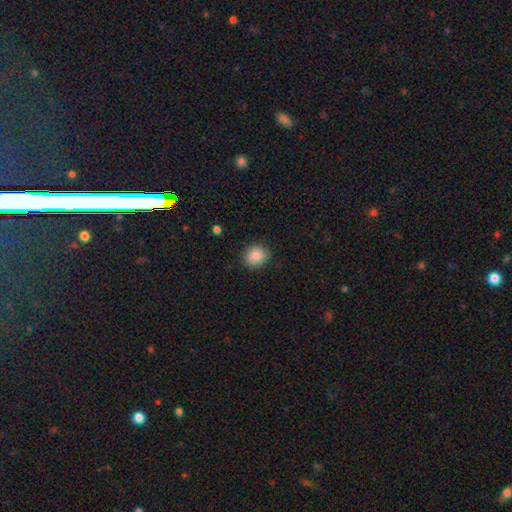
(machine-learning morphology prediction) Smooth or featured: smooth — 87% (star or artifact — 9%)
How rounded: round — 78% (in between — 21%)
Merging: none — 86% (minor disturbance — 10%)